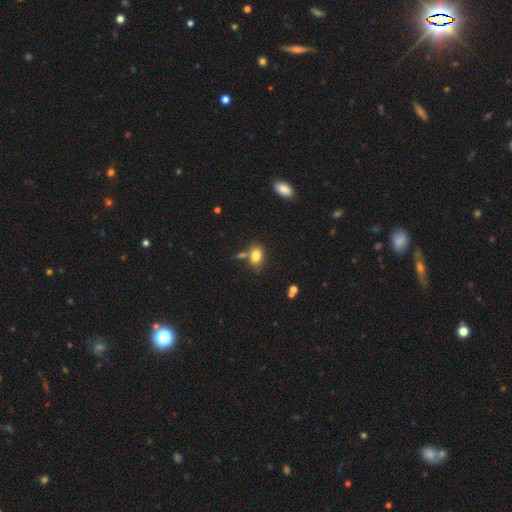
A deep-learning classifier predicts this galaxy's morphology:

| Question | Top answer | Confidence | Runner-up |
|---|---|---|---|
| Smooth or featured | smooth | 82% | star or artifact (10%) |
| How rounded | in between | 82% | round (17%) |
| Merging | none | 61% | minor disturbance (17%) |